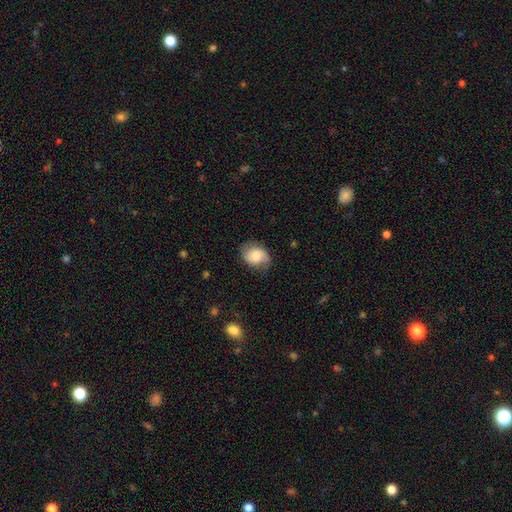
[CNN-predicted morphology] This is possibly a smooth galaxy (60%). How rounded: possibly in between (57%). Merging: likely none (66%).